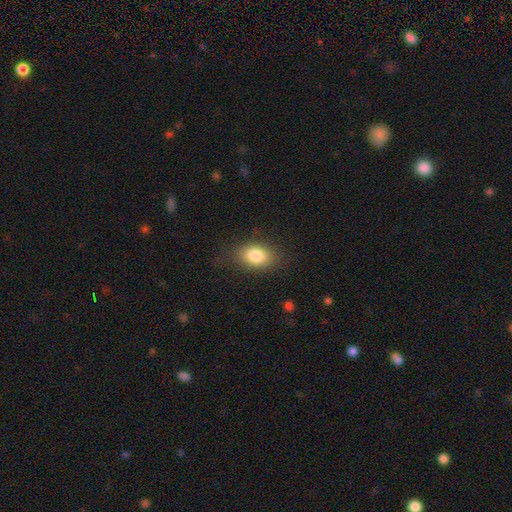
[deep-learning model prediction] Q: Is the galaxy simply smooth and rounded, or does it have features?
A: smooth — 83%.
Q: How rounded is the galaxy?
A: in between — 80%.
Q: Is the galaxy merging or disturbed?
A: none — 79%.